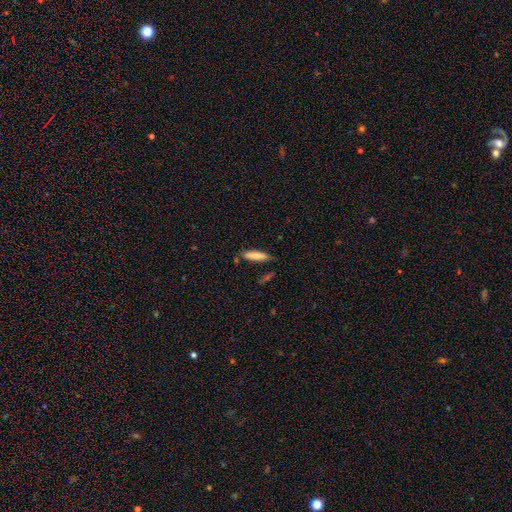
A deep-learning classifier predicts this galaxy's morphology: A smooth galaxy with no disk features (83%) that is cigar-shaped (75%). Merging: none (77%).